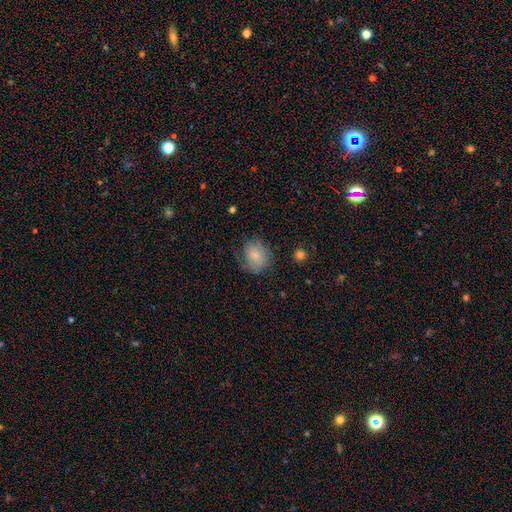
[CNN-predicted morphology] A smooth galaxy with no disk features (71%) that is round (66%). Merging: none (59%).